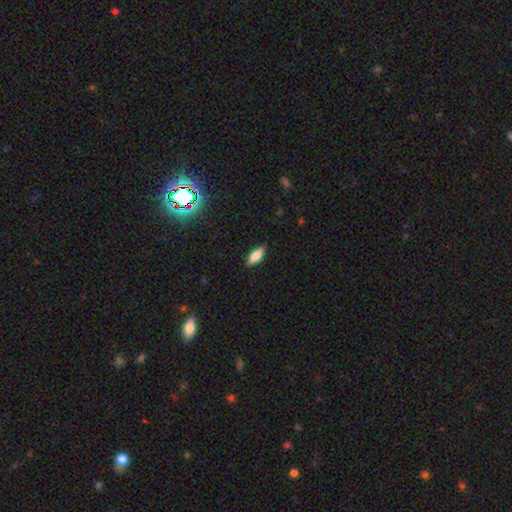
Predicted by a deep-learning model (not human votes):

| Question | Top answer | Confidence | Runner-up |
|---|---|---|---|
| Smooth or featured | smooth | 78% | featured or disk (15%) |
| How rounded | in between | 73% | cigar-shaped (25%) |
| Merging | none | 87% | minor disturbance (10%) |